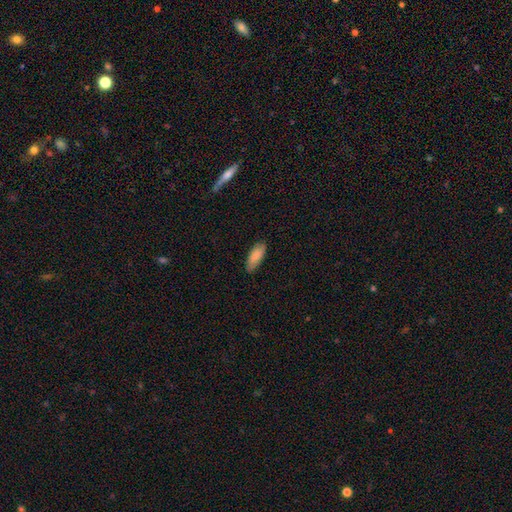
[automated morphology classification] smooth_or_featured: smooth (p=0.87) [alt: featured or disk p=0.07]
how_rounded: in between (p=0.75) [alt: cigar-shaped p=0.23]
merging: none (p=0.83) [alt: minor disturbance p=0.14]